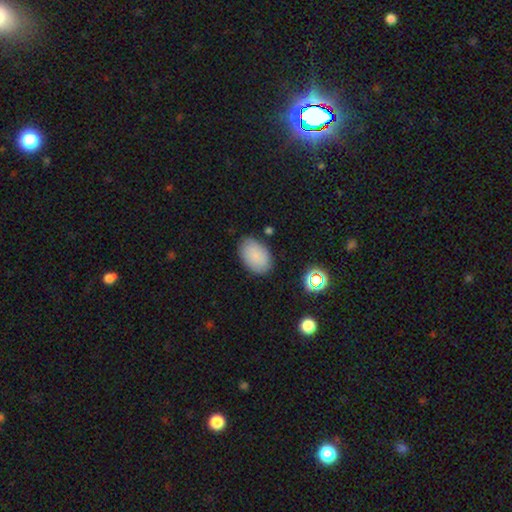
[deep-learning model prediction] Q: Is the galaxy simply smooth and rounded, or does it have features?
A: smooth — 84%.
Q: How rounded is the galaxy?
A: in between — 90%.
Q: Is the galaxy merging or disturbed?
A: none — 82%.